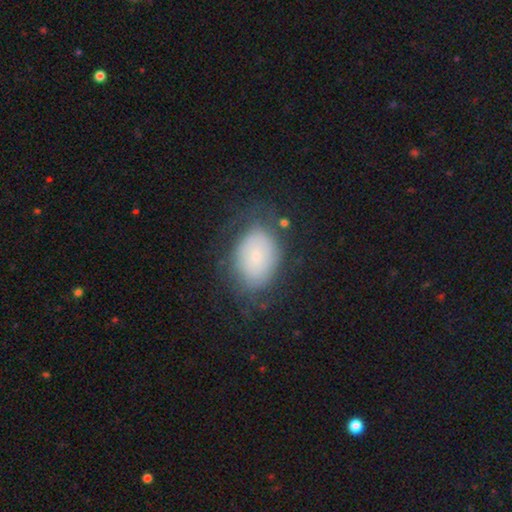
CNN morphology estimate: smooth-or-featured: smooth: 58% | featured or disk: 33% | star or artifact: 9%
  how-rounded: in between: 78% | round: 21% | cigar-shaped: 1%
  merging: none: 62% | minor disturbance: 23% | major disturbance: 13% | merger: 2%